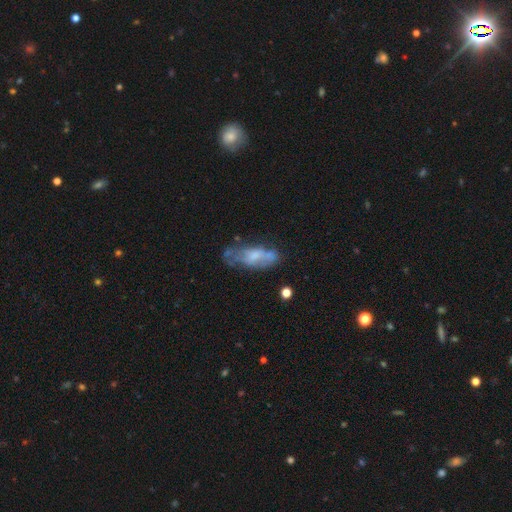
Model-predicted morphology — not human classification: Smooth or featured?
  - featured or disk: 51% *
  - smooth: 40%
  - star or artifact: 9%
Edge-on disk?
  - no: 85% *
  - yes: 15%
Merging?
  - none: 46% *
  - minor disturbance: 27%
  - major disturbance: 18%
  - merger: 10%